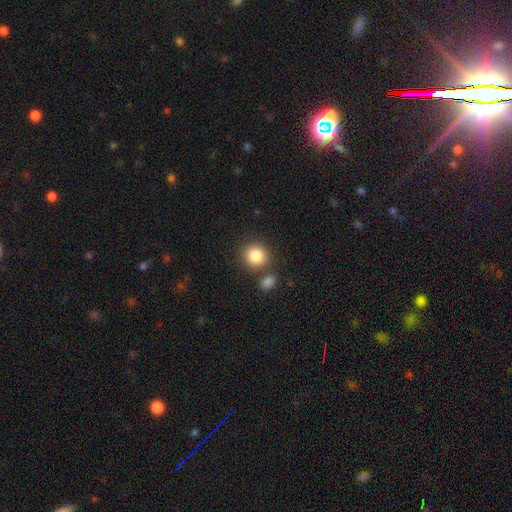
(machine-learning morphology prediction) The model was most divided on "merging": none: 74%, merger: 13%, minor disturbance: 9%, major disturbance: 3%. More confident: how rounded — round (86%); smooth or featured — smooth (86%).